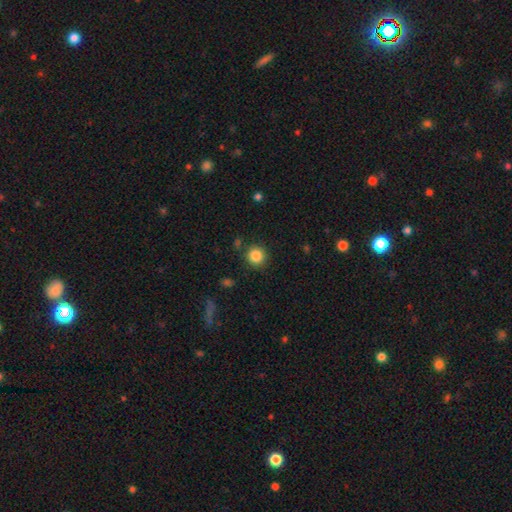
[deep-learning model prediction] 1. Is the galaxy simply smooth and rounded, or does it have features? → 86% smooth, 10% star or artifact, 4% featured or disk.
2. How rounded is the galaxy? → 93% round, 6% in between, 1% cigar-shaped.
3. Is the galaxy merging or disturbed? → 87% none, 8% minor disturbance, 3% merger, 3% major disturbance.